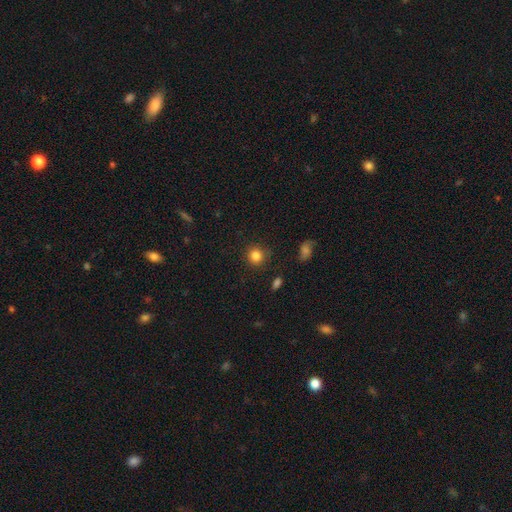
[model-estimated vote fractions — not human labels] Morphology: type=smooth (84%); roundness=round (90%); merging=none (88%).